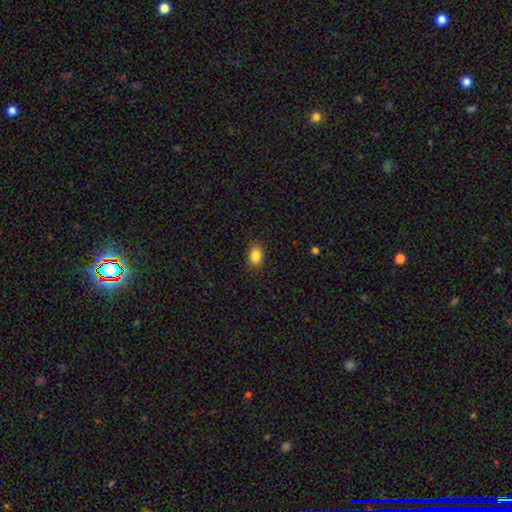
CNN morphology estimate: Overall: smooth (86%). How rounded: in between (74%). Merging: none (86%).